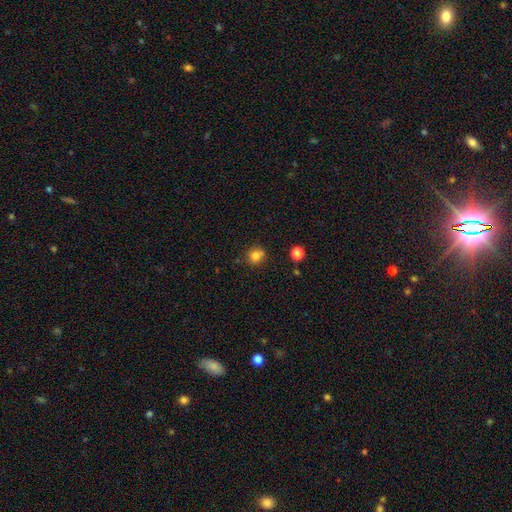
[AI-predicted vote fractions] A smooth galaxy with no disk features (81%) that is round (82%).

Vote fractions:
- Smooth or featured? smooth: 81% / star or artifact: 12% / featured or disk: 7%
- How rounded? round: 82% / in between: 17% / cigar-shaped: 1%
- Merging? none: 71% / minor disturbance: 15% / merger: 10% / major disturbance: 4%